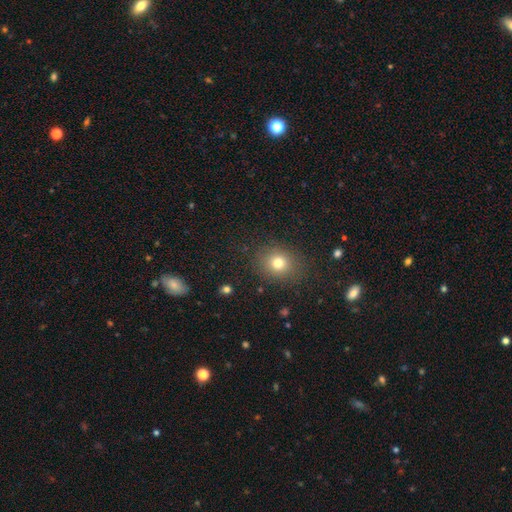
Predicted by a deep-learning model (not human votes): A smooth galaxy with no disk features (63%) that is round (63%). Merging: none (87%).